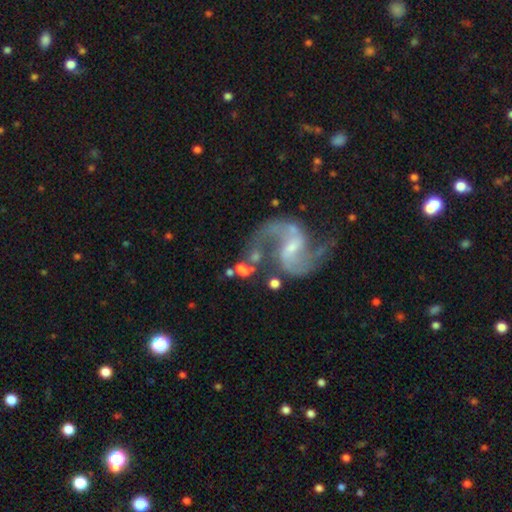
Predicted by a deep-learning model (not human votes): Smooth or featured? Predicted: featured or disk (p=0.91). Edge-on disk? Predicted: no (p=0.98). Bar? Predicted: weak (p=0.54). Spiral arms? Predicted: yes (p=0.97). Spiral winding? Predicted: loose (p=0.49). Spiral arm count? Predicted: 2 (p=0.93). Bulge size? Predicted: small (p=0.62). Merging? Predicted: none (p=0.65).